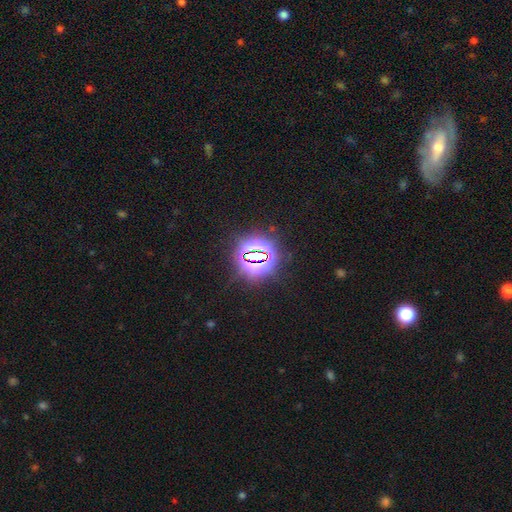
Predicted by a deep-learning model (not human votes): This is likely a star or artifact rather than a galaxy (77%).